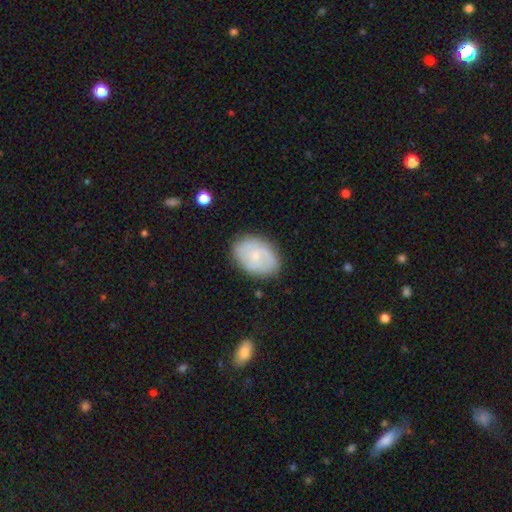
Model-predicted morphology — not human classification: Smooth or featured: smooth — 51% (featured or disk — 42%)
How rounded: in between — 78% (round — 21%)
Merging: none — 79% (minor disturbance — 16%)